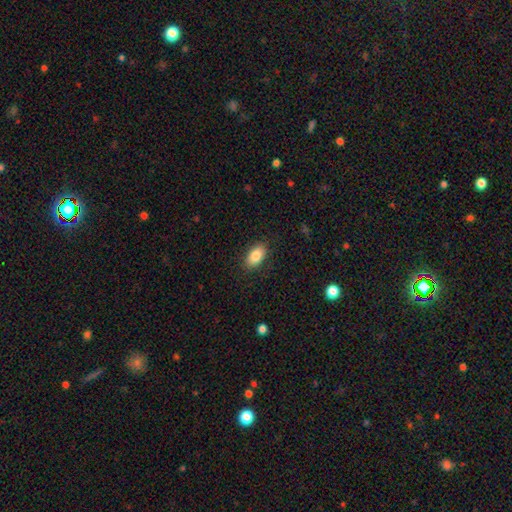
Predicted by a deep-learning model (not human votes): Smooth or featured? smooth (86%)
How rounded? in between (92%)
Merging? none (87%)